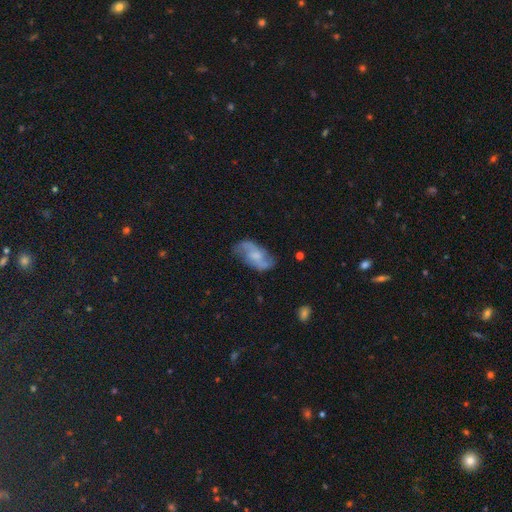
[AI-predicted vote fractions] Smooth or featured? Predicted: featured or disk (p=0.69). Edge-on disk? Predicted: no (p=0.95). Bar? Predicted: no (p=0.53). Spiral arms? Predicted: yes (p=0.89). Spiral winding? Predicted: loose (p=0.54). Spiral arm count? Predicted: 2 (p=0.86). Bulge size? Predicted: small (p=0.41). Merging? Predicted: none (p=0.66).